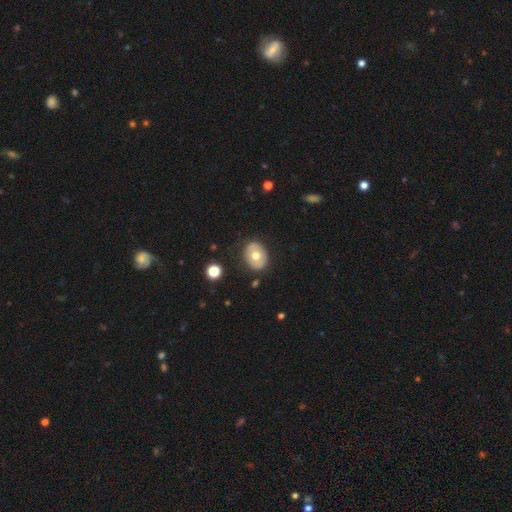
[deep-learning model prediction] smooth 61%, featured or disk 31%, star or artifact 7%. Down the decision tree: how rounded — in between (57%); merging — none (85%).